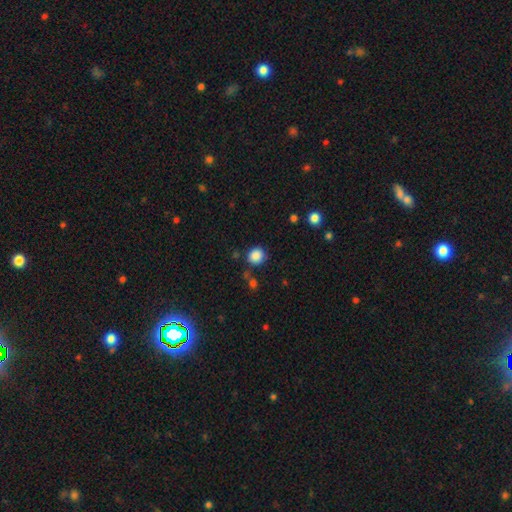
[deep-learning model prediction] Q: Smooth or featured?
A: smooth (87%); runner-up: star or artifact (10%)
Q: How rounded?
A: round (85%); runner-up: in between (14%)
Q: Merging?
A: none (80%); runner-up: minor disturbance (13%)